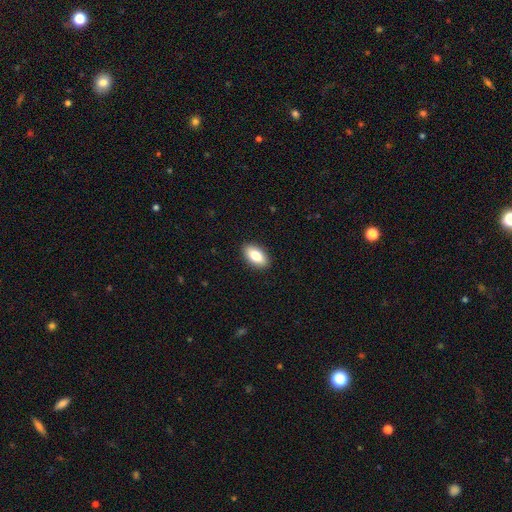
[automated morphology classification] smooth_or_featured: smooth (p=0.82) [alt: featured or disk p=0.11]
how_rounded: in between (p=0.93) [alt: round p=0.04]
merging: none (p=0.90) [alt: minor disturbance p=0.07]